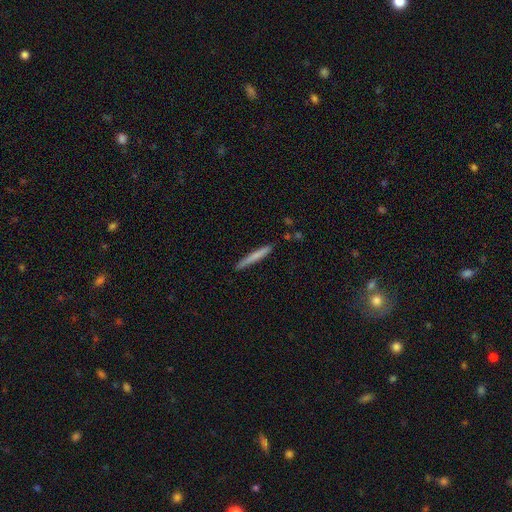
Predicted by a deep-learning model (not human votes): A smooth galaxy with no disk features (69%) that is cigar-shaped (96%). Merging: none (89%).